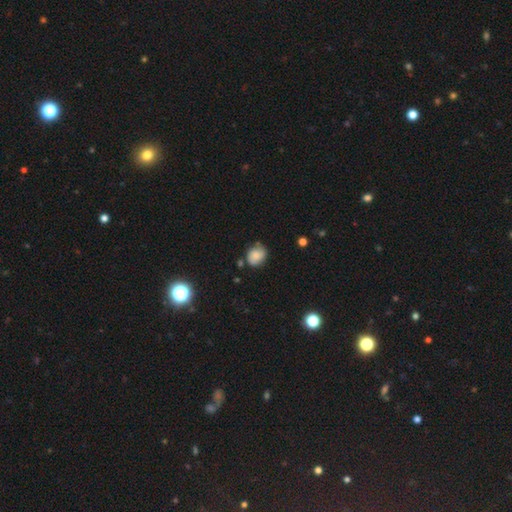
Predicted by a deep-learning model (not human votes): A smooth galaxy with no disk features (71%) that is round (59%).

Vote fractions:
- Smooth or featured? smooth: 71% / featured or disk: 19% / star or artifact: 10%
- How rounded? round: 59% / in between: 40% / cigar-shaped: 1%
- Merging? none: 66% / minor disturbance: 25% / major disturbance: 5% / merger: 4%